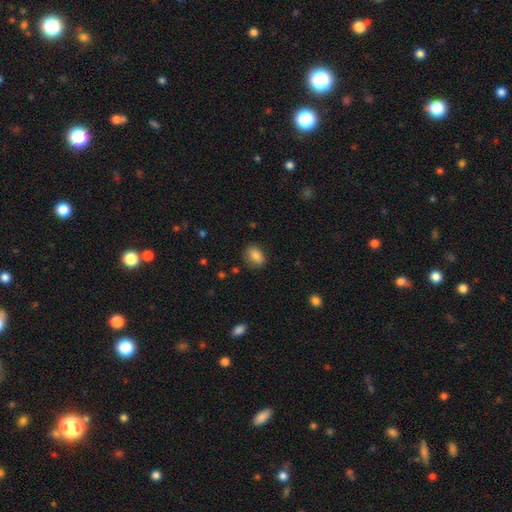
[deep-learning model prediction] Smooth or featured: smooth — 83% (star or artifact — 9%)
How rounded: in between — 78% (round — 20%)
Merging: none — 78% (minor disturbance — 17%)